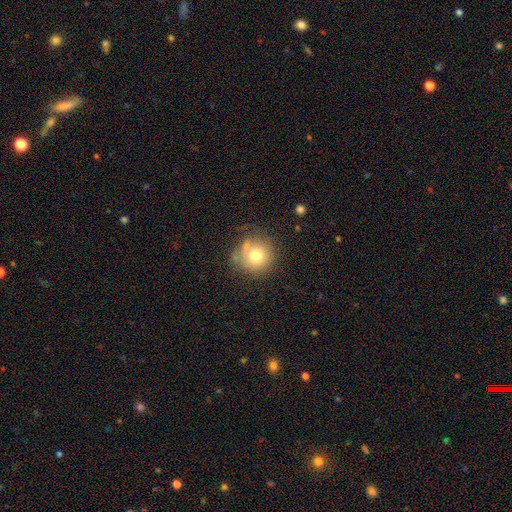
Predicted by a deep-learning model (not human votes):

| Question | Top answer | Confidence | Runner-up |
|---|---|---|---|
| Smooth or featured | smooth | 72% | featured or disk (17%) |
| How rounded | round | 90% | in between (9%) |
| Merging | none | 62% | minor disturbance (19%) |